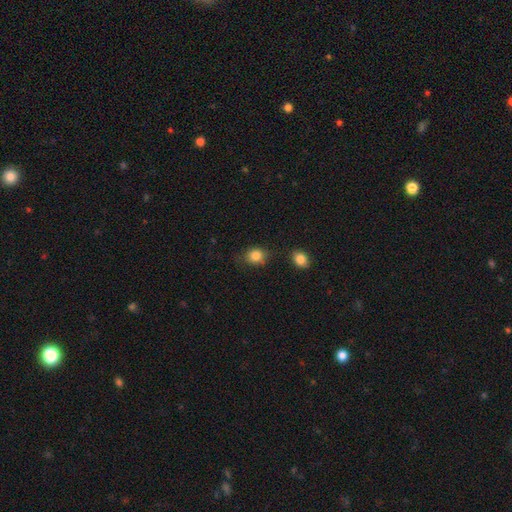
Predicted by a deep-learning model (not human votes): A smooth galaxy with no disk features (84%) that is round (67%). Merging: none (76%).